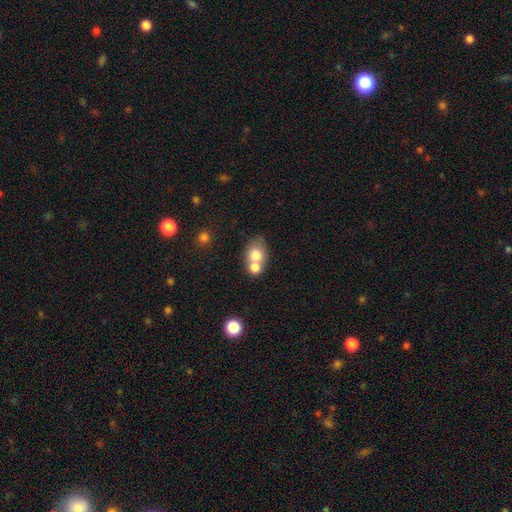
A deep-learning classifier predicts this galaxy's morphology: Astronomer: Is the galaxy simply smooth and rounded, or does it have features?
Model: smooth — 73%.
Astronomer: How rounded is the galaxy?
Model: round — 52% (runner-up: in between, 46%).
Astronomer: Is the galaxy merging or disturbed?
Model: merger — 60%.